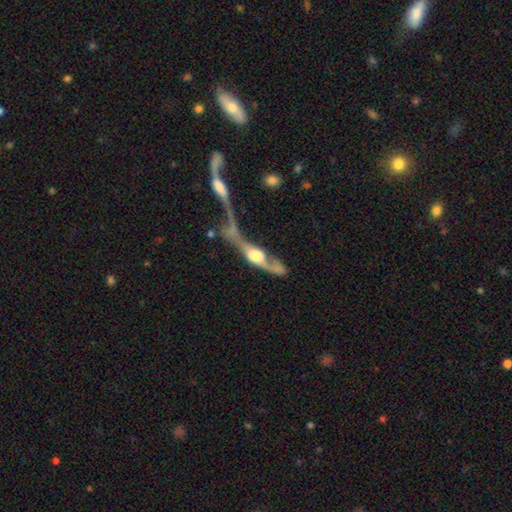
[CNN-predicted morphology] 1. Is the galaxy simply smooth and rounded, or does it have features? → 72% featured or disk, 21% smooth, 7% star or artifact.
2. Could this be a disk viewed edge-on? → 54% yes, 46% no.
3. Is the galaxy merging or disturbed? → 47% merger, 24% major disturbance, 18% none, 11% minor disturbance.